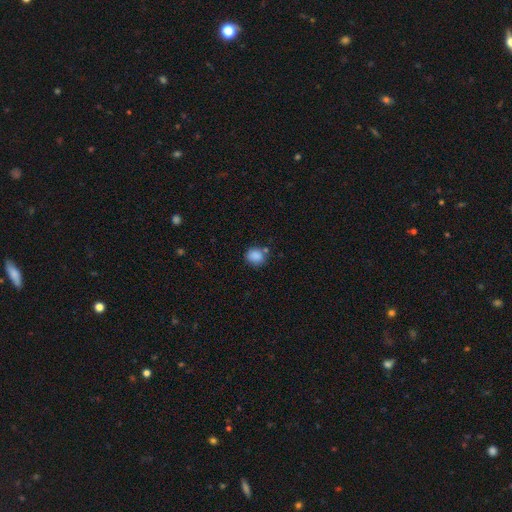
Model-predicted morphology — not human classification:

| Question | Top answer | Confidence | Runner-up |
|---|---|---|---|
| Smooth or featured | smooth | 86% | star or artifact (9%) |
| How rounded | round | 70% | in between (29%) |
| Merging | none | 69% | minor disturbance (17%) |